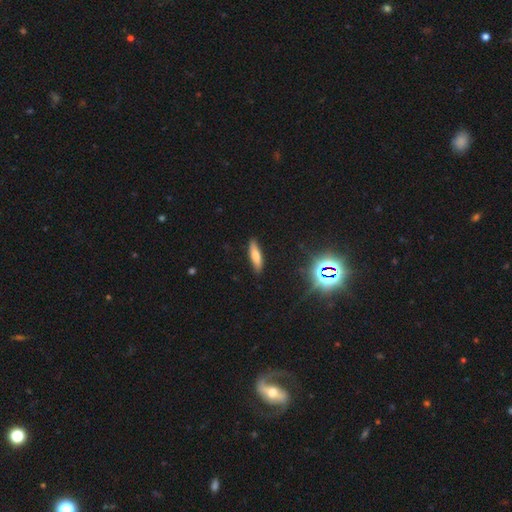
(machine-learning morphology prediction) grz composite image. It shows a smooth galaxy with no disk features (70%) that is cigar-shaped (67%). Merging: none (86%).